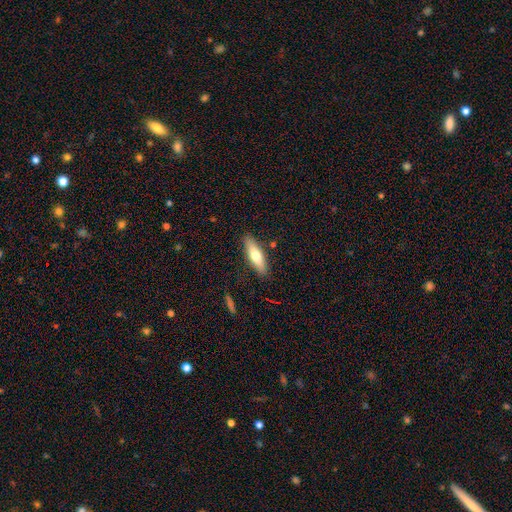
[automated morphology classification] smooth-or-featured: smooth: 67% | featured or disk: 27% | star or artifact: 6%
  how-rounded: cigar-shaped: 57% | in between: 41% | round: 2%
  merging: none: 86% | minor disturbance: 10% | major disturbance: 2% | merger: 2%